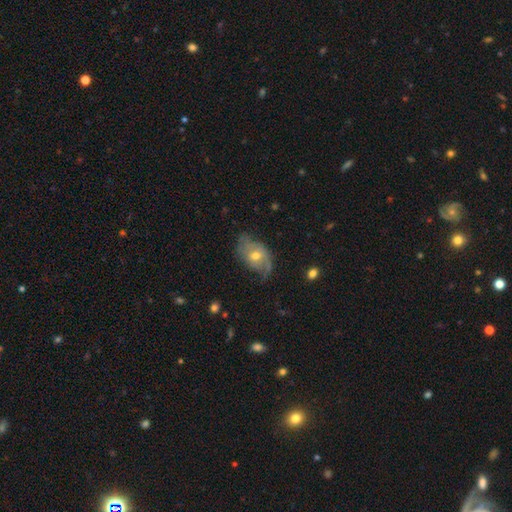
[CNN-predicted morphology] Smooth or featured?
  - featured or disk: 63% *
  - smooth: 29%
  - star or artifact: 8%
Edge-on disk?
  - no: 94% *
  - yes: 6%
Bar?
  - no: 68% *
  - weak: 26%
  - strong: 6%
Spiral arms?
  - yes: 79% *
  - no: 21%
Bulge size?
  - moderate: 60% *
  - small: 35%
  - large: 3%
  - none: 1%
  - dominant: 1%
Merging?
  - none: 54% *
  - minor disturbance: 30%
  - major disturbance: 15%
  - merger: 2%